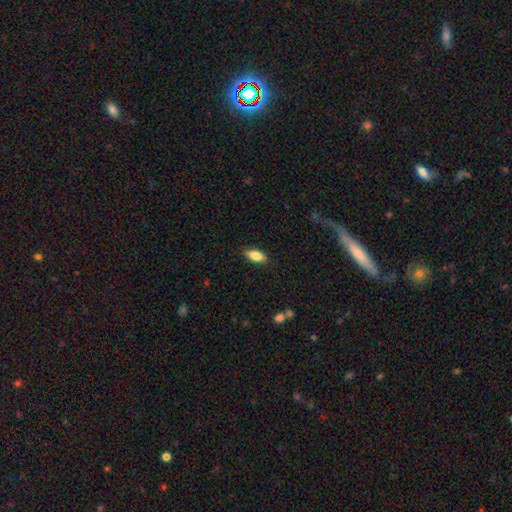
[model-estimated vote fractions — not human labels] smooth 82%, featured or disk 11%, star or artifact 7%. Down the decision tree: how rounded — in between (84%); merging — none (86%).